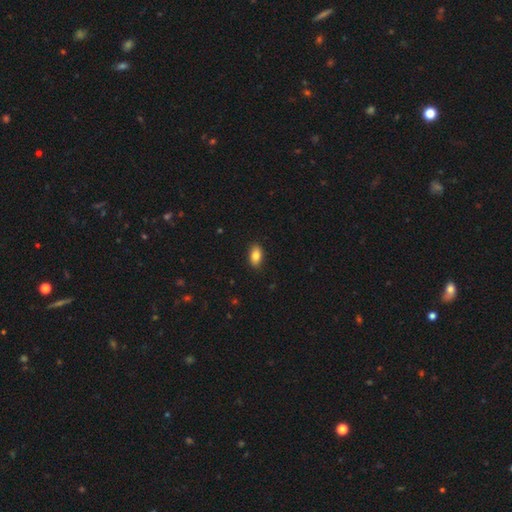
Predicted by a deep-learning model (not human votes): This appears to be a smooth galaxy with no disk features (84%) that is in between round and cigar-shaped (90%). Merging: none (89%).